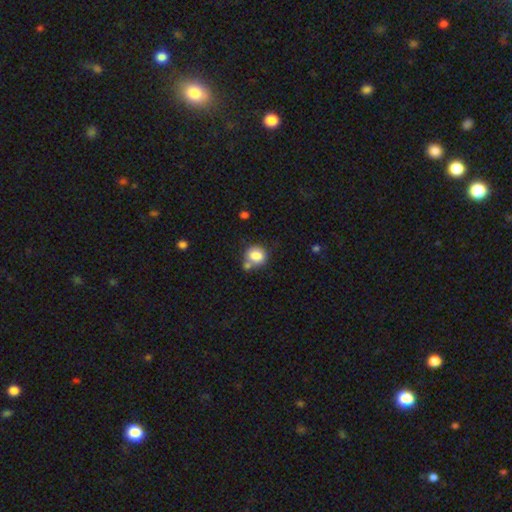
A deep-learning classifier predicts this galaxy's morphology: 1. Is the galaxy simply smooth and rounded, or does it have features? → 84% smooth, 9% star or artifact, 7% featured or disk.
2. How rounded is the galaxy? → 76% round, 23% in between, 1% cigar-shaped.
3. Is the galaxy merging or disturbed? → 55% none, 25% merger, 15% minor disturbance, 5% major disturbance.